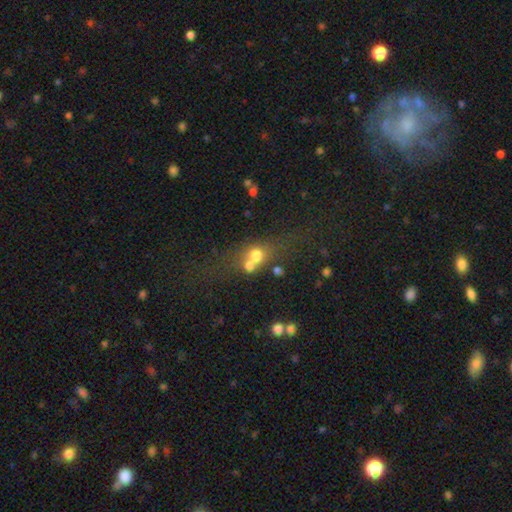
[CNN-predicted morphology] smooth-or-featured: smooth: 65% | featured or disk: 20% | star or artifact: 15%
  how-rounded: round: 64% | in between: 32% | cigar-shaped: 3%
  merging: merger: 53% | none: 30% | minor disturbance: 9% | major disturbance: 8%